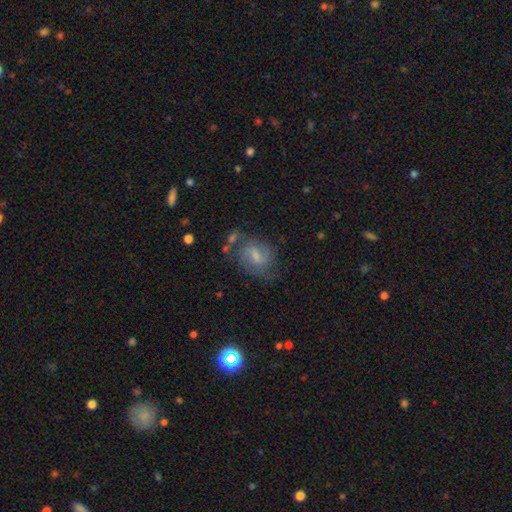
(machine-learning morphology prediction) smooth-or-featured: featured or disk: 58% | smooth: 32% | star or artifact: 10%
  disk-edge-on: no: 96% | yes: 4%
    bar: weak: 58% | no: 30% | strong: 13%
    has-spiral-arms: yes: 84% | no: 16%
    bulge-size: moderate: 41% | small: 38% | none: 14% | large: 6% | dominant: 1%
  merging: none: 56% | minor disturbance: 23% | major disturbance: 13% | merger: 8%